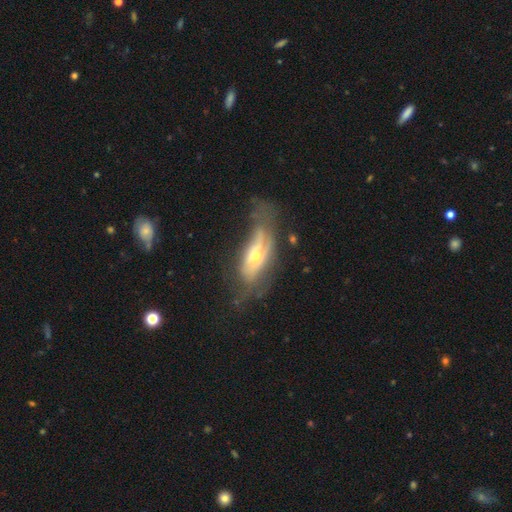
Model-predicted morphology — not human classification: The model was most divided on "merging": none: 36%, major disturbance: 32%, minor disturbance: 27%, merger: 4%. More confident: edge-on disk — no (71%); smooth or featured — featured or disk (57%).